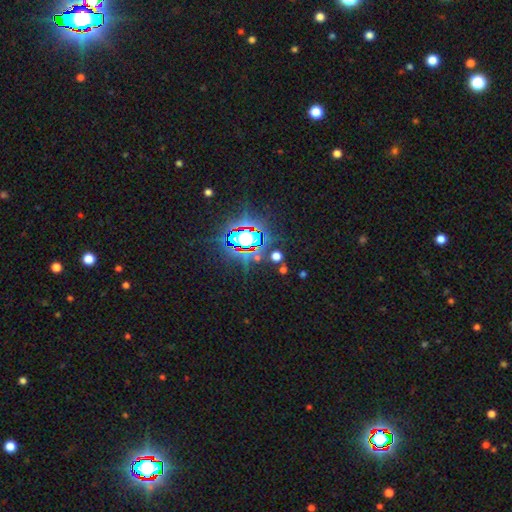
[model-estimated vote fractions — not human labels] A star or artifact, not a galaxy (81%).

Vote fractions:
- Smooth or featured? star or artifact: 81% / smooth: 11% / featured or disk: 9%